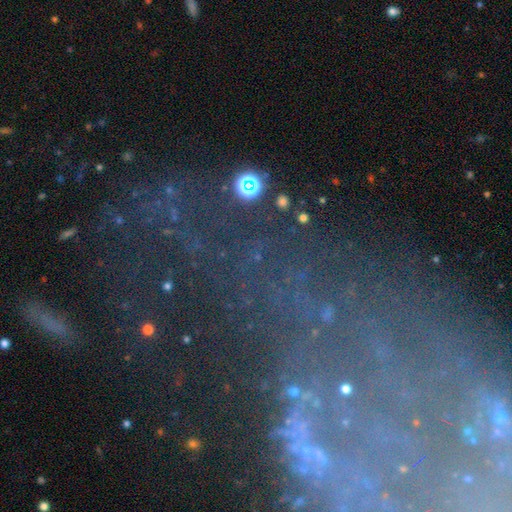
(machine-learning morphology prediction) Smooth or featured: star or artifact — 52% (featured or disk — 25%)